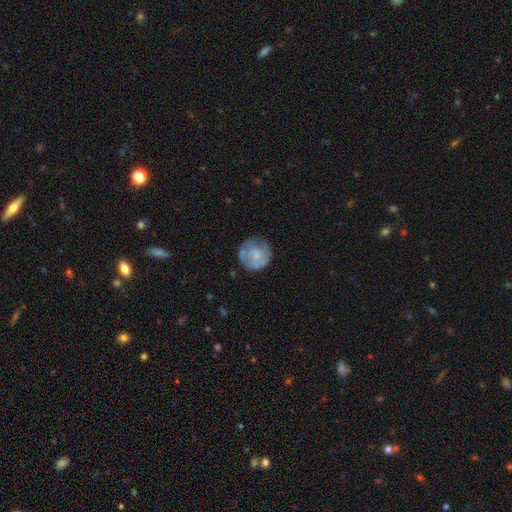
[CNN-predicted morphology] smooth 54%, featured or disk 39%, star or artifact 7%. Down the decision tree: how rounded — round (91%); merging — none (65%).